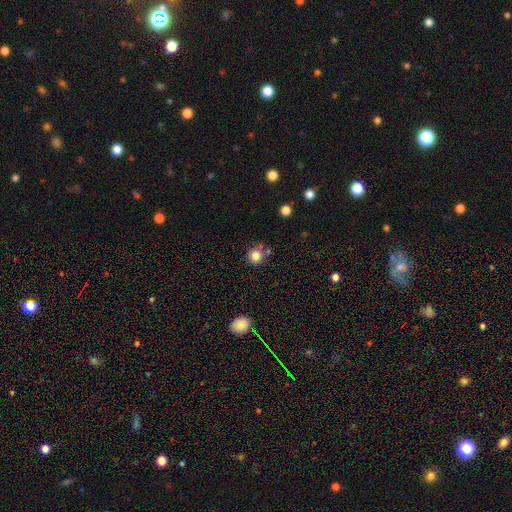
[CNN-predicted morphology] smooth 82%, star or artifact 12%, featured or disk 6%. Down the decision tree: how rounded — round (91%); merging — none (73%).